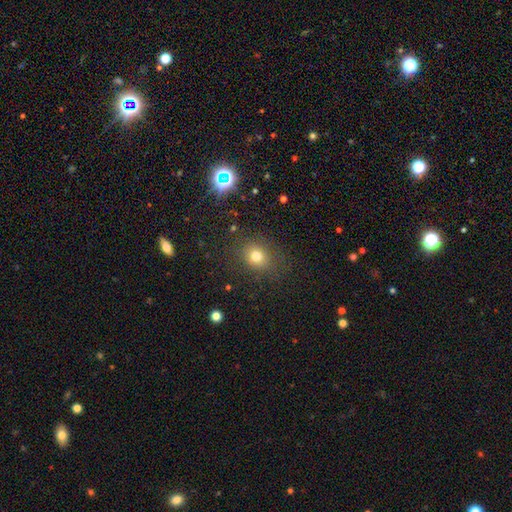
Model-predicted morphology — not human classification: type=smooth (75%); roundness=round (67%); merging=none (83%).